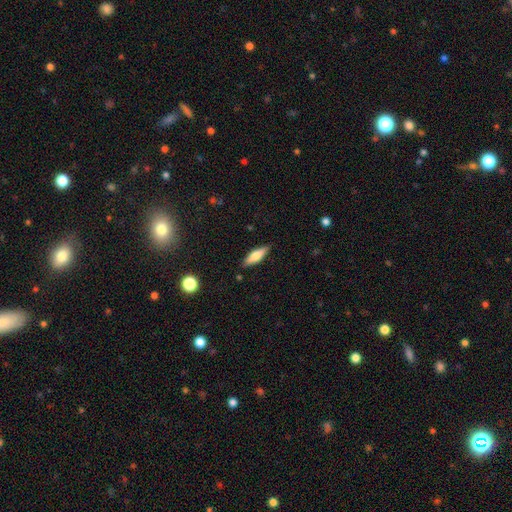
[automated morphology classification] Smooth or featured? Predicted: smooth (p=0.63). How rounded? Predicted: cigar-shaped (p=0.54). Merging? Predicted: none (p=0.87).